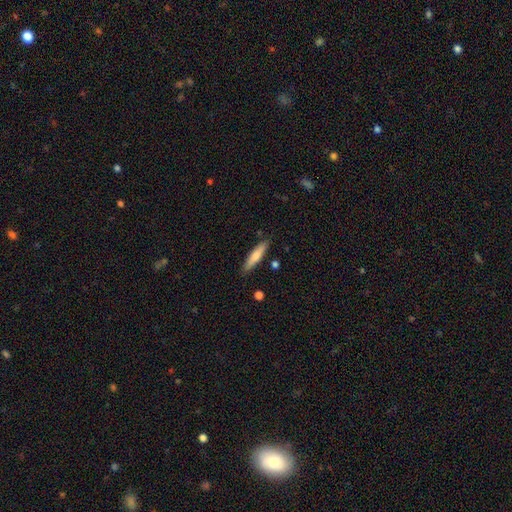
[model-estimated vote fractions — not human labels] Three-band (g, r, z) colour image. It shows a smooth galaxy with no disk features (66%) that is cigar-shaped (82%). Merging: none (87%).